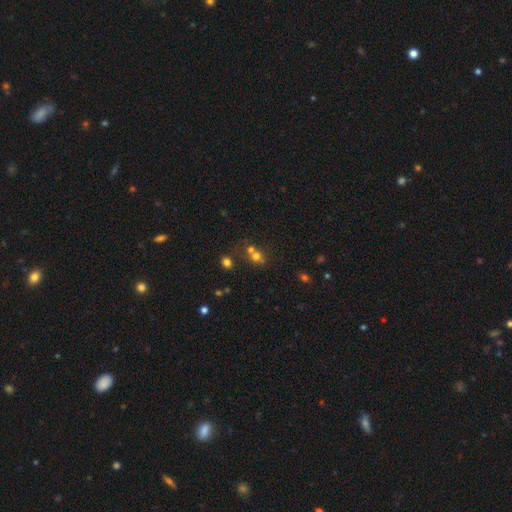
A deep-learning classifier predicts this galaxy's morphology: smooth-or-featured: smooth: 65% | star or artifact: 20% | featured or disk: 15%
  how-rounded: round: 73% | in between: 26% | cigar-shaped: 1%
  merging: merger: 50% | none: 37% | minor disturbance: 8% | major disturbance: 4%